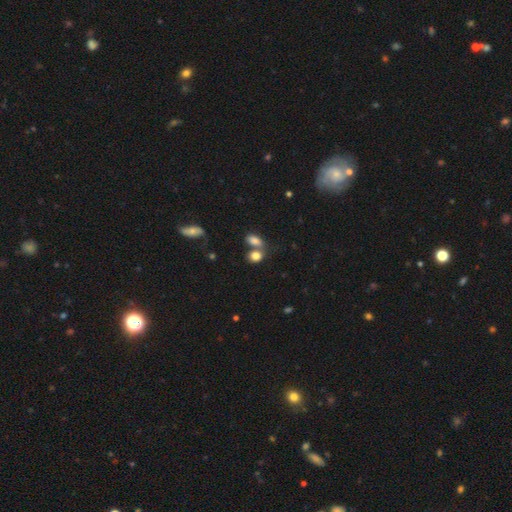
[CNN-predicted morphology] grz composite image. It shows a smooth galaxy with no disk features (81%) that is in between round and cigar-shaped (64%). Merging: merger (44%).